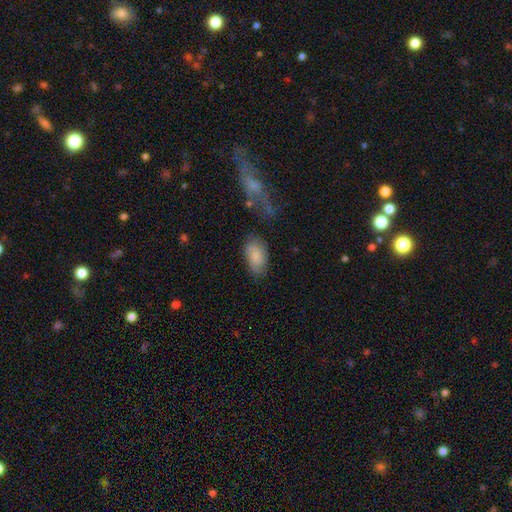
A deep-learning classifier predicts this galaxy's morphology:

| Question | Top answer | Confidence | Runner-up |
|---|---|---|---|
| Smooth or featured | smooth | 73% | featured or disk (20%) |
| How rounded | in between | 93% | round (5%) |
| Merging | none | 66% | minor disturbance (23%) |